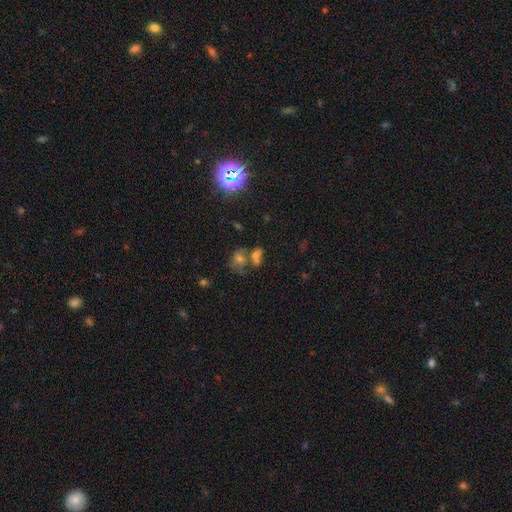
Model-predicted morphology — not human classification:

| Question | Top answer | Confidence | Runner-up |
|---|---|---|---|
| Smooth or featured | smooth | 58% | star or artifact (24%) |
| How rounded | in between | 65% | round (31%) |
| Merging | merger | 55% | none (28%) |